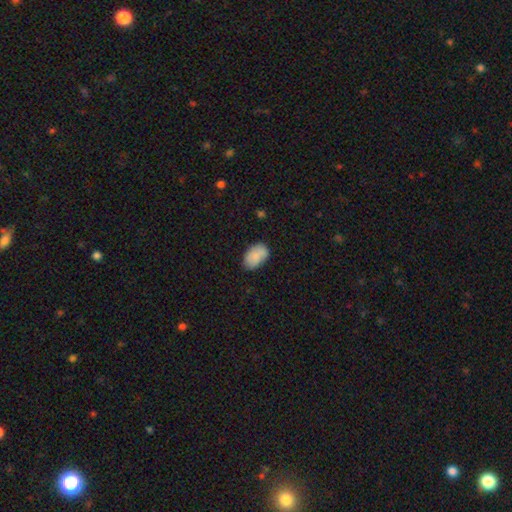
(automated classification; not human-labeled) Smooth or featured?
  - smooth: 82% *
  - featured or disk: 11%
  - star or artifact: 7%
How rounded?
  - in between: 90% *
  - round: 8%
  - cigar-shaped: 1%
Merging?
  - none: 70% *
  - minor disturbance: 23%
  - major disturbance: 5%
  - merger: 3%